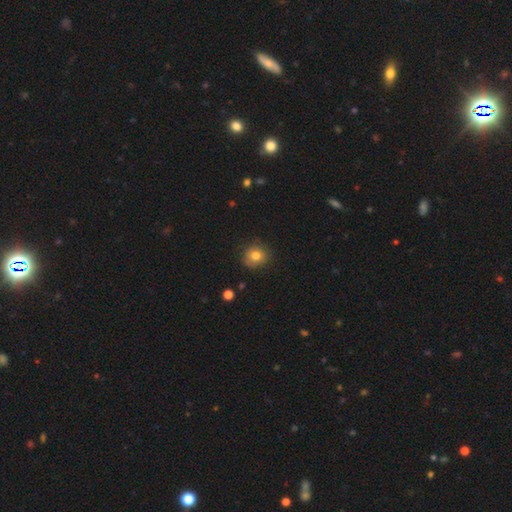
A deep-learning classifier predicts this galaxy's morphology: A smooth galaxy with no disk features (81%) that is round (83%).

Vote fractions:
- Smooth or featured? smooth: 81% / star or artifact: 11% / featured or disk: 9%
- How rounded? round: 83% / in between: 16% / cigar-shaped: 1%
- Merging? none: 84% / minor disturbance: 12% / major disturbance: 3% / merger: 1%